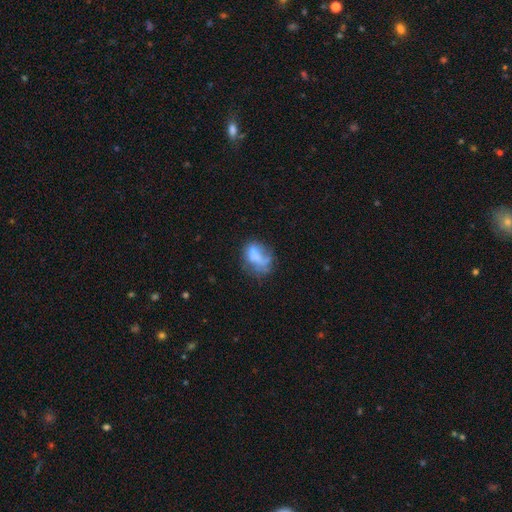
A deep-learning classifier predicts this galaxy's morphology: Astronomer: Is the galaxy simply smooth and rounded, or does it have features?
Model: smooth — 51% (runner-up: featured or disk, 37%).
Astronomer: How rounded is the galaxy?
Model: in between — 72%.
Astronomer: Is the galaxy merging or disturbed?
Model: major disturbance — 34% (runner-up: none, 28%).